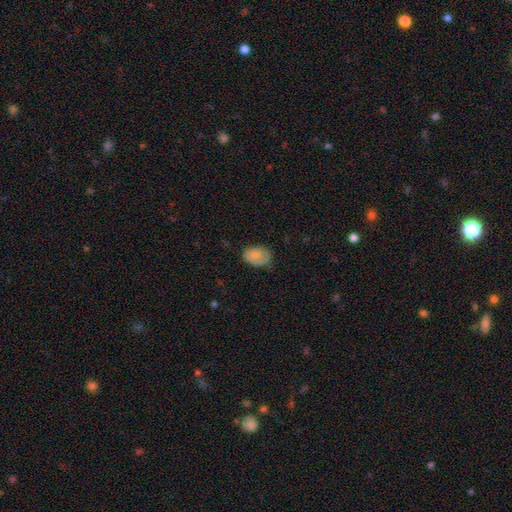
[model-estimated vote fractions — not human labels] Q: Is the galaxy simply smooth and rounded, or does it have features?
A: smooth — 80%.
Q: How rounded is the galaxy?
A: in between — 83%.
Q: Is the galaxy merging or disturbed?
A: none — 65%.